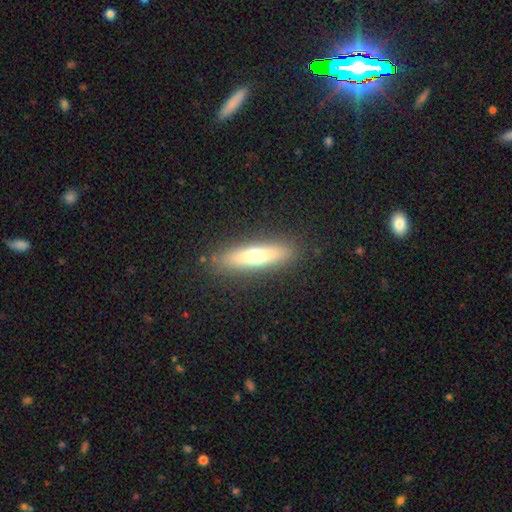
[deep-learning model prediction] This is possibly a smooth galaxy (59%). How rounded: likely cigar-shaped (77%). Merging: clearly none (88%).